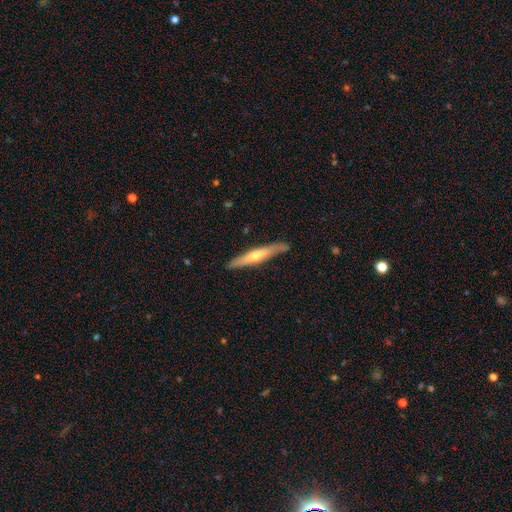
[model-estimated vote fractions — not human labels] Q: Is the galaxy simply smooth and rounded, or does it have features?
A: featured or disk — 55%.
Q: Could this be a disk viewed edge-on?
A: yes — 92%.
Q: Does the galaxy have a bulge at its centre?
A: rounded — 72%.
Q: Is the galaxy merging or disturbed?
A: none — 86%.